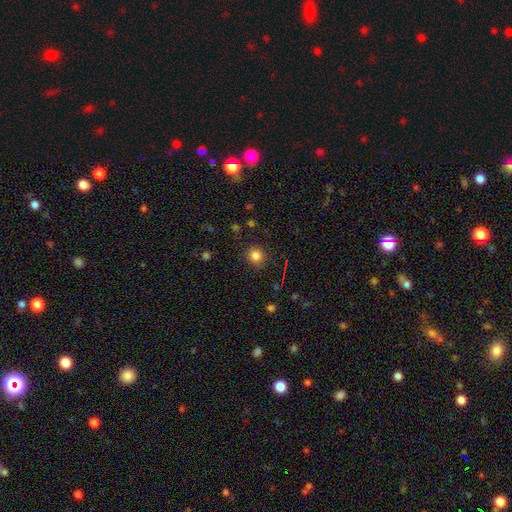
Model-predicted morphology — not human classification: A smooth galaxy with no disk features (82%) that is round (85%). Merging: none (88%).